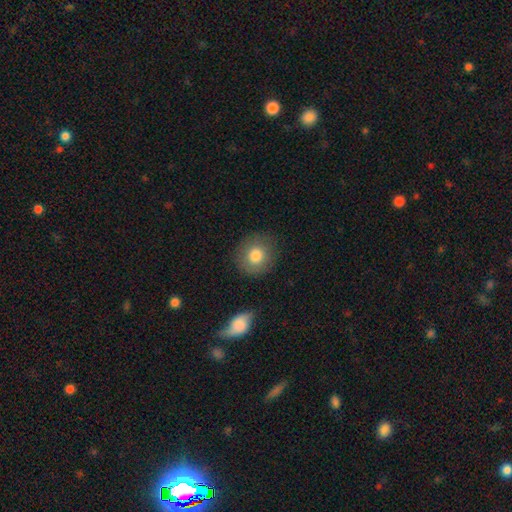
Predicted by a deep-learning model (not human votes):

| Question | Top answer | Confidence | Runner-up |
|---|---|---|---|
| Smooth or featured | smooth | 81% | featured or disk (11%) |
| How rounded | round | 89% | in between (10%) |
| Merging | none | 83% | minor disturbance (11%) |